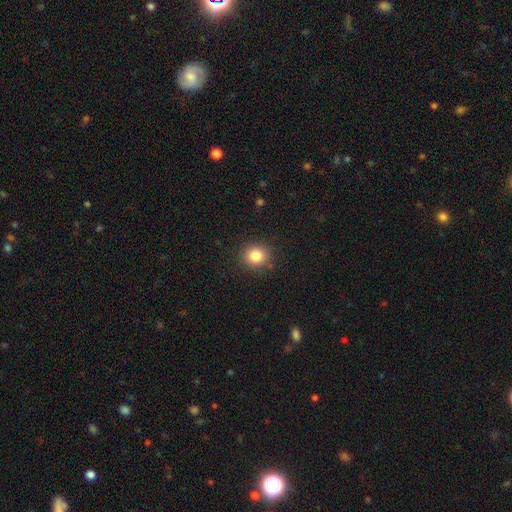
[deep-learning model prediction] Smooth or featured?
  - smooth: 83% *
  - star or artifact: 11%
  - featured or disk: 6%
How rounded?
  - round: 85% *
  - in between: 14%
  - cigar-shaped: 1%
Merging?
  - none: 89% *
  - minor disturbance: 8%
  - major disturbance: 2%
  - merger: 1%